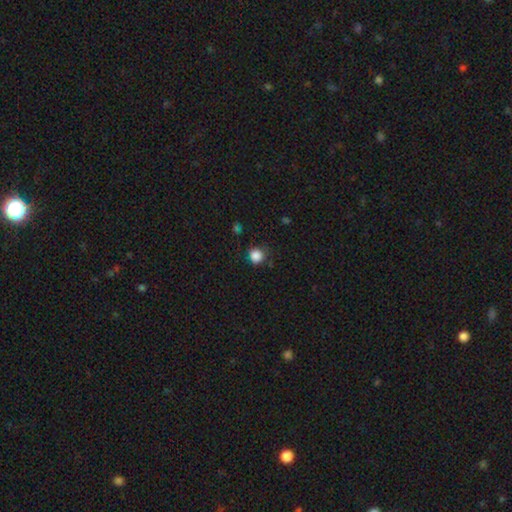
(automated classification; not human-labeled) Smooth or featured? smooth (85%)
How rounded? round (90%)
Merging? none (77%)